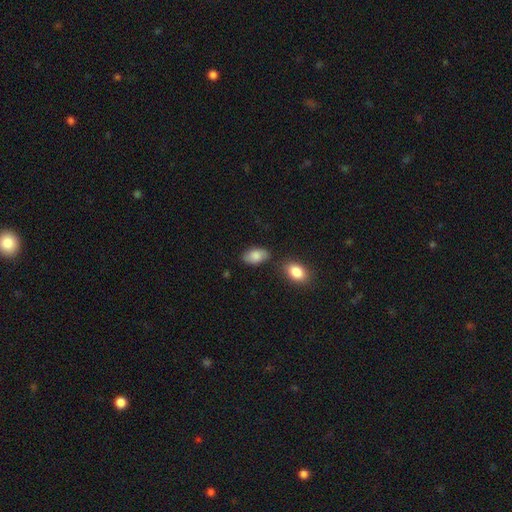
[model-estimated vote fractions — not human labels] smooth_or_featured: smooth (p=0.83) [alt: featured or disk p=0.10]
how_rounded: in between (p=0.93) [alt: round p=0.06]
merging: none (p=0.71) [alt: minor disturbance p=0.17]